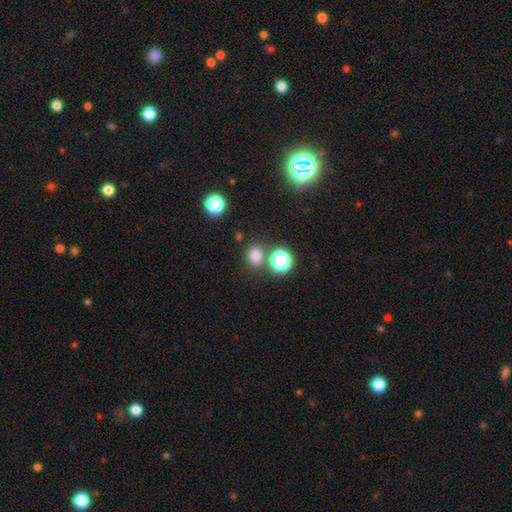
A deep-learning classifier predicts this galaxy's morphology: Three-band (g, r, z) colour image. It shows a smooth galaxy with no disk features (76%) that is round (67%). Merging: none (75%).